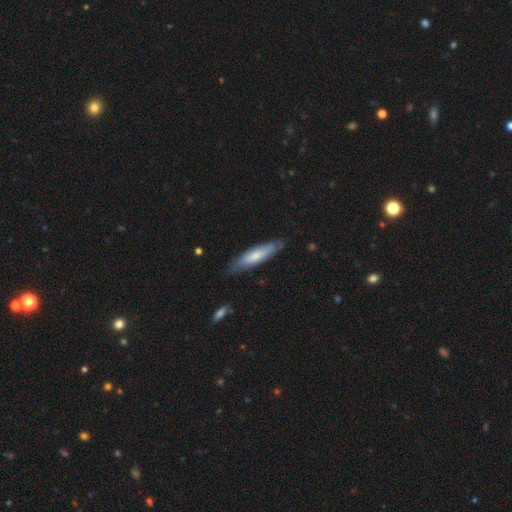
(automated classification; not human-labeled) The model was most divided on "smooth or featured": smooth: 65%, featured or disk: 30%, star or artifact: 5%. More confident: merging — none (79%); how rounded — cigar-shaped (72%).